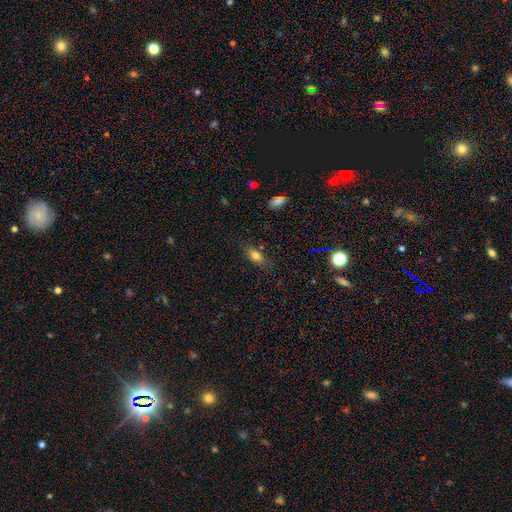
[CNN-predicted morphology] This appears to be a smooth galaxy with no disk features (75%) that is in between round and cigar-shaped (78%). Merging: none (76%).